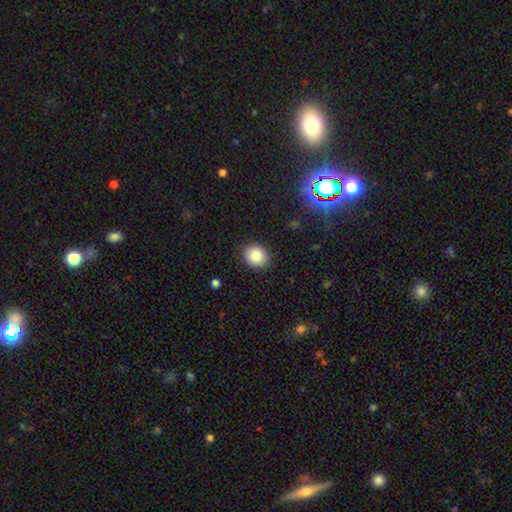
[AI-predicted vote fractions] A smooth galaxy with no disk features (87%) that is round (69%). Merging: none (89%).